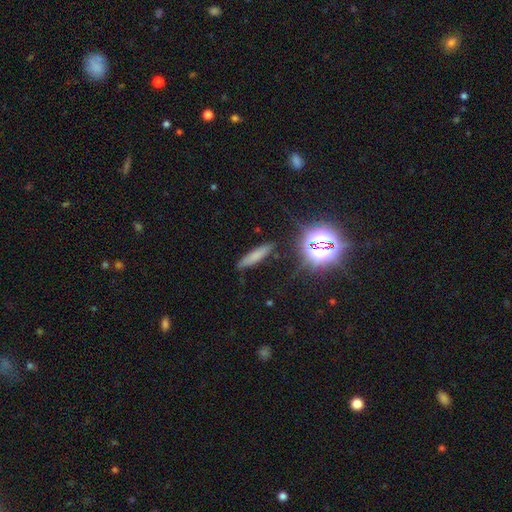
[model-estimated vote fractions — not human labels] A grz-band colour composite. It shows a smooth galaxy with no disk features (67%) that is cigar-shaped (81%). Merging: none (84%).